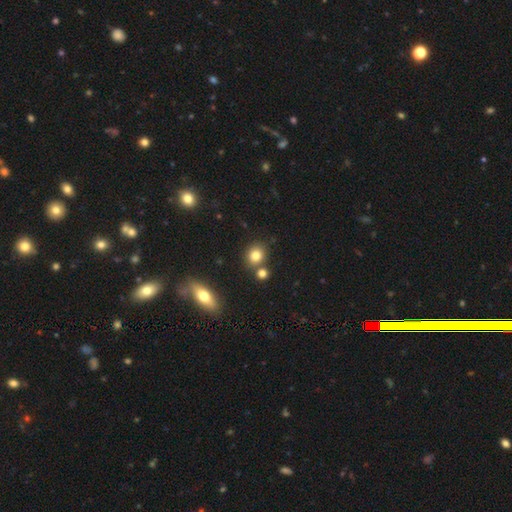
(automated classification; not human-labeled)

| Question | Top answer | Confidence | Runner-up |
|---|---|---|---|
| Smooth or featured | smooth | 79% | star or artifact (13%) |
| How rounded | round | 76% | in between (23%) |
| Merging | none | 72% | merger (16%) |